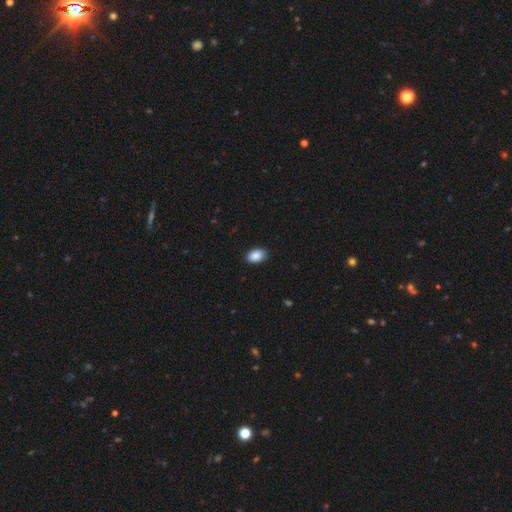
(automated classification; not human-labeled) smooth-or-featured: smooth: 89% | star or artifact: 7% | featured or disk: 3%
  how-rounded: in between: 86% | round: 13% | cigar-shaped: 1%
  merging: none: 88% | minor disturbance: 9% | major disturbance: 2% | merger: 1%